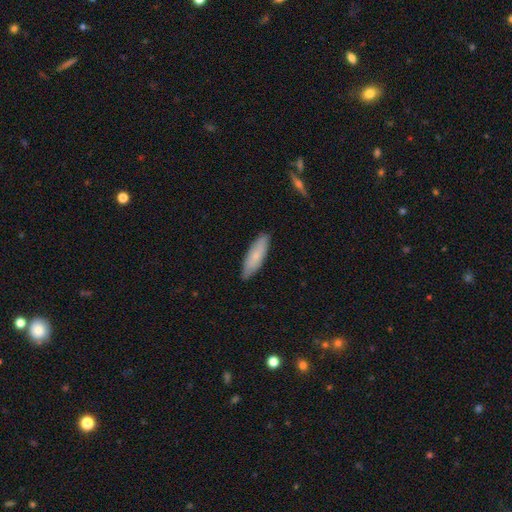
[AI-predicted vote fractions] smooth_or_featured: smooth (p=0.75) [alt: featured or disk p=0.19]
how_rounded: cigar-shaped (p=0.55) [alt: in between p=0.43]
merging: none (p=0.84) [alt: minor disturbance p=0.13]